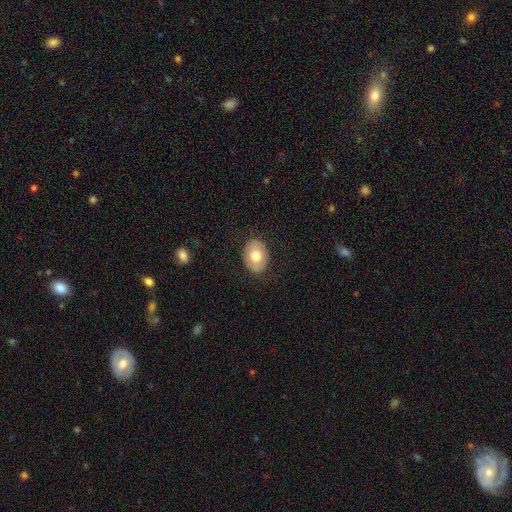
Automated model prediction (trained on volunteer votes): Morphology: type=smooth (71%); roundness=in between (69%); merging=none (85%).